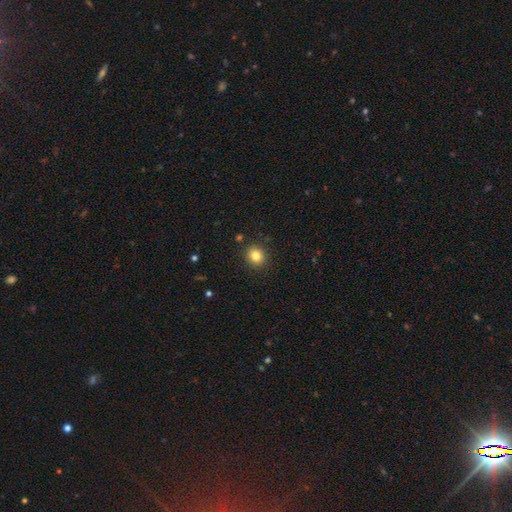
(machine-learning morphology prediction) smooth_or_featured: smooth (p=0.82) [alt: star or artifact p=0.11]
how_rounded: round (p=0.81) [alt: in between p=0.18]
merging: none (p=0.90) [alt: minor disturbance p=0.07]